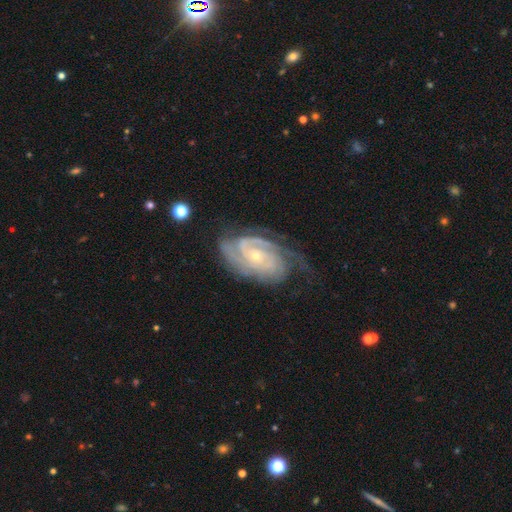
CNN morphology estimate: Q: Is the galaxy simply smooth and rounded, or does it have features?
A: featured or disk — 90%.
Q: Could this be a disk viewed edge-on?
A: no — 96%.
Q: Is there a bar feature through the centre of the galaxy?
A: no — 67%.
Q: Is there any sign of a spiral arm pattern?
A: yes — 98%.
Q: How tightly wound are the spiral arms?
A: tight — 70%.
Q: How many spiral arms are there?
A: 2 — 34%.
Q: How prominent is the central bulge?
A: small — 73%.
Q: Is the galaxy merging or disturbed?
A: none — 63%.